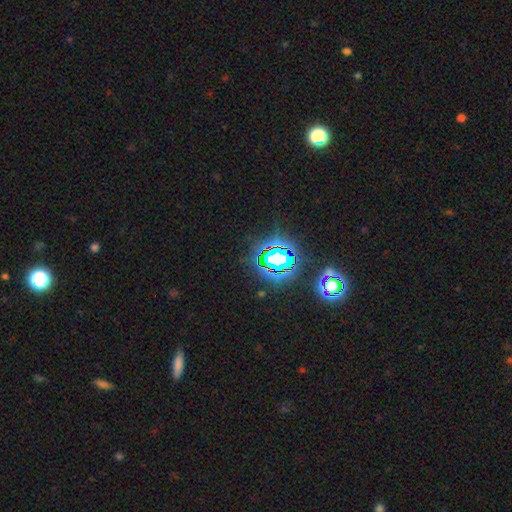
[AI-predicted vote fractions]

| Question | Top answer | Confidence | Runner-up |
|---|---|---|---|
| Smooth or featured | star or artifact | 81% | smooth (12%) |